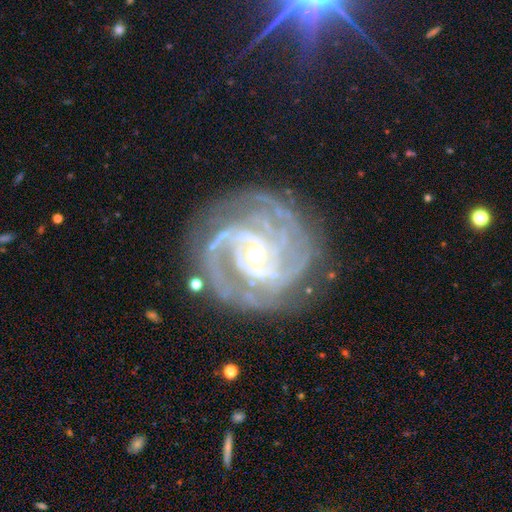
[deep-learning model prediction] Smooth or featured? featured or disk (91%)
Edge-on disk? no (97%)
Bar? no (49%)
Spiral arms? yes (98%)
Spiral winding? tight (72%)
Spiral arm count? 3 (32%)
Bulge size? moderate (61%)
Merging? none (77%)